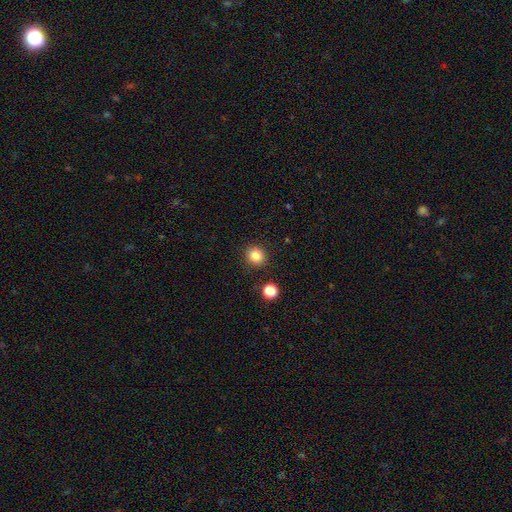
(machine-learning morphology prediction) Q: Smooth or featured?
A: smooth (84%); runner-up: star or artifact (11%)
Q: How rounded?
A: round (88%); runner-up: in between (11%)
Q: Merging?
A: none (89%); runner-up: minor disturbance (6%)